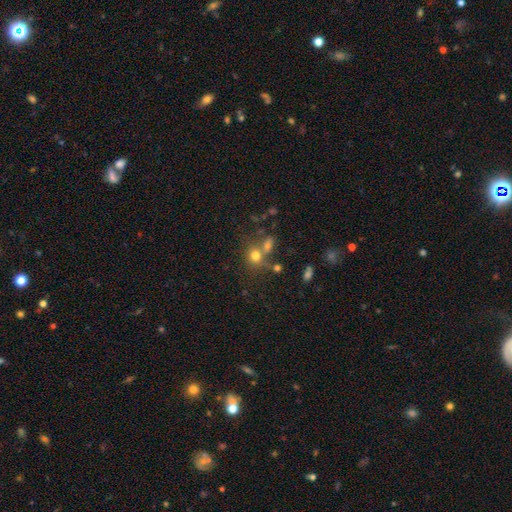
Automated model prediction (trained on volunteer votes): A smooth galaxy with no disk features (72%) that is round (73%).

Vote fractions:
- Smooth or featured? smooth: 72% / star or artifact: 16% / featured or disk: 12%
- How rounded? round: 73% / in between: 25% / cigar-shaped: 1%
- Merging? none: 48% / merger: 36% / minor disturbance: 10% / major disturbance: 6%